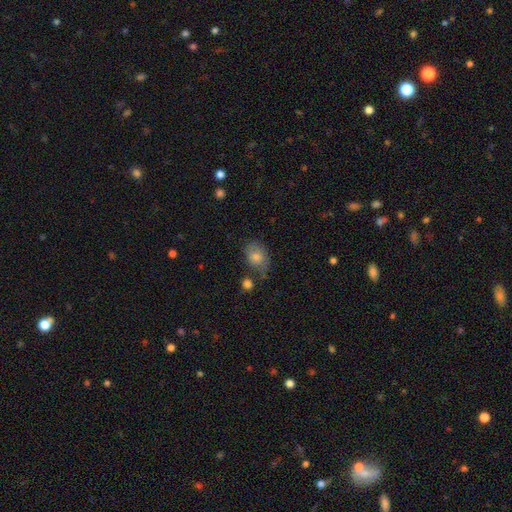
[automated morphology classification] type=smooth (68%); roundness=in between (69%); merging=none (62%).